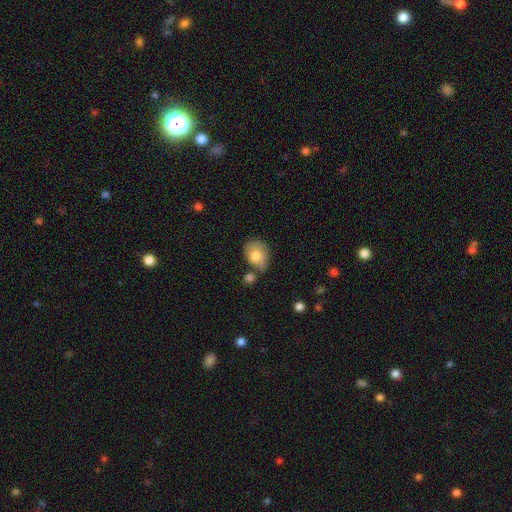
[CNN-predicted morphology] smooth-or-featured: smooth: 77% | featured or disk: 16% | star or artifact: 7%
  how-rounded: in between: 61% | round: 38% | cigar-shaped: 1%
  merging: none: 42% | minor disturbance: 29% | merger: 19% | major disturbance: 11%